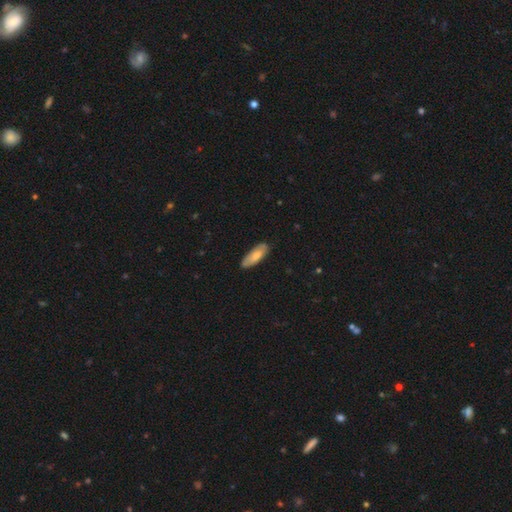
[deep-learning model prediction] smooth_or_featured: smooth (p=0.68) [alt: featured or disk p=0.26]
how_rounded: in between (p=0.66) [alt: cigar-shaped p=0.32]
merging: none (p=0.82) [alt: minor disturbance p=0.15]